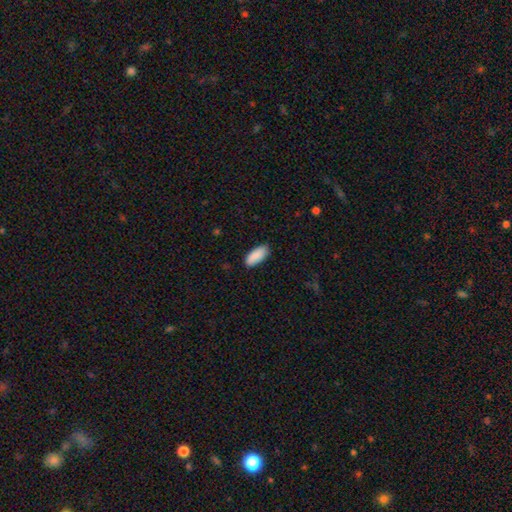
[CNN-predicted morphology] Smooth or featured? smooth (89%)
How rounded? in between (87%)
Merging? none (85%)